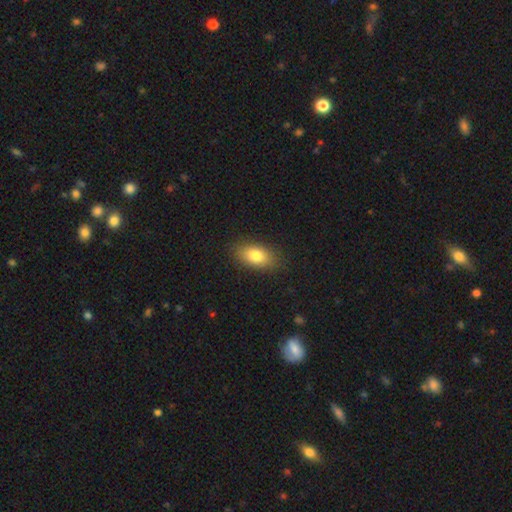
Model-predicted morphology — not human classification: A smooth galaxy with no disk features (81%) that is in between round and cigar-shaped (89%).

Vote fractions:
- Smooth or featured? smooth: 81% / featured or disk: 11% / star or artifact: 8%
- How rounded? in between: 89% / round: 7% / cigar-shaped: 4%
- Merging? none: 85% / minor disturbance: 11% / major disturbance: 3% / merger: 1%